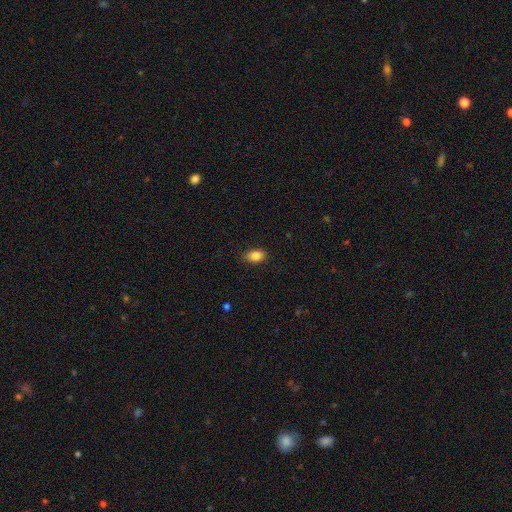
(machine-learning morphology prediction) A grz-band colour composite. It shows a smooth galaxy with no disk features (86%) that is in between round and cigar-shaped (87%). Merging: none (85%).